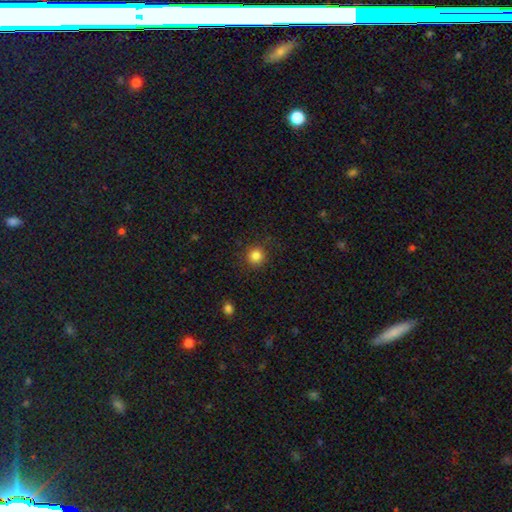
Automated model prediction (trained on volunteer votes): Morphology: type=smooth (84%); roundness=round (93%); merging=none (89%).